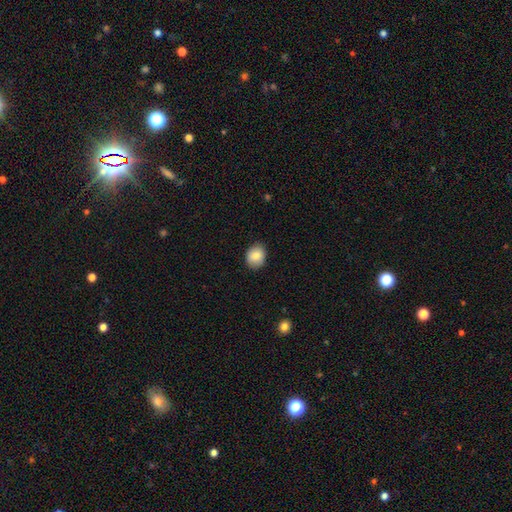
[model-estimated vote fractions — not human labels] The model was most divided on "how rounded": in between: 54%, round: 45%, cigar-shaped: 1%. More confident: smooth or featured — smooth (86%); merging — none (84%).